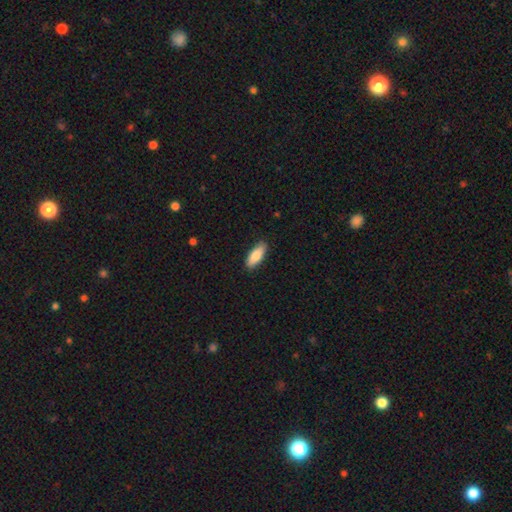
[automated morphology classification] smooth_or_featured: smooth (p=0.82) [alt: featured or disk p=0.12]
how_rounded: in between (p=0.68) [alt: cigar-shaped p=0.30]
merging: none (p=0.88) [alt: minor disturbance p=0.10]